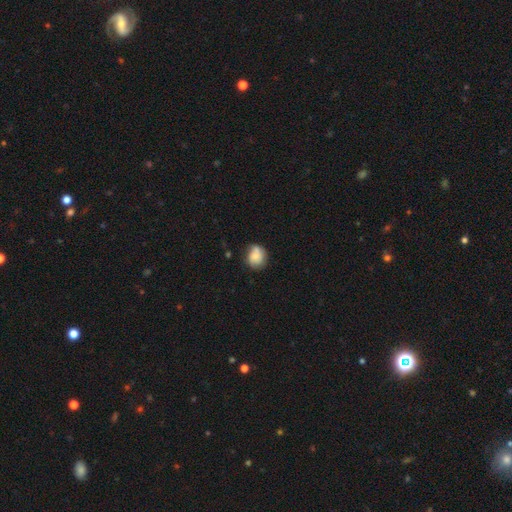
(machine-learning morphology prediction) smooth 67%, featured or disk 25%, star or artifact 8%. Down the decision tree: how rounded — round (68%); merging — none (60%).